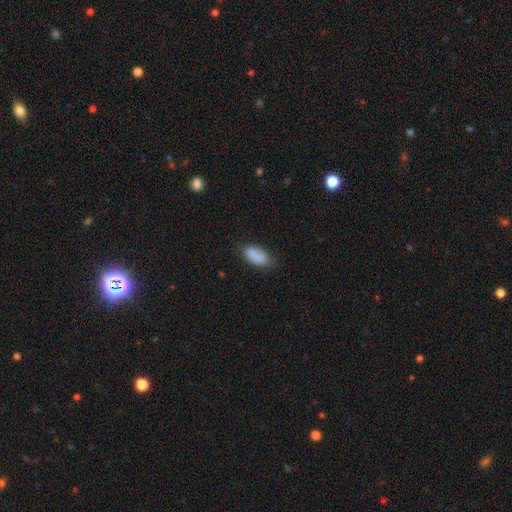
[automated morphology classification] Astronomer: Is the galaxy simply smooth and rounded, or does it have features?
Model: smooth — 86%.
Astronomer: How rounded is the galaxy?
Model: in between — 90%.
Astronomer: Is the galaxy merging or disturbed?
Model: none — 72%.